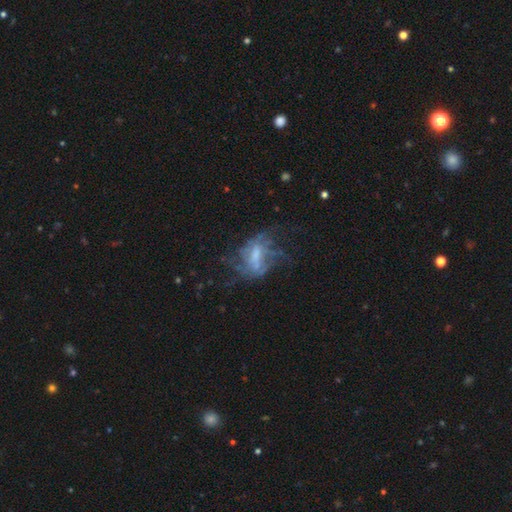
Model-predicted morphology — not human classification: A featured or disk galaxy (67%) with no bar (42%, tied with weak), spiral arms (54%) and a moderate central bulge (35%). Merging: none (41%).